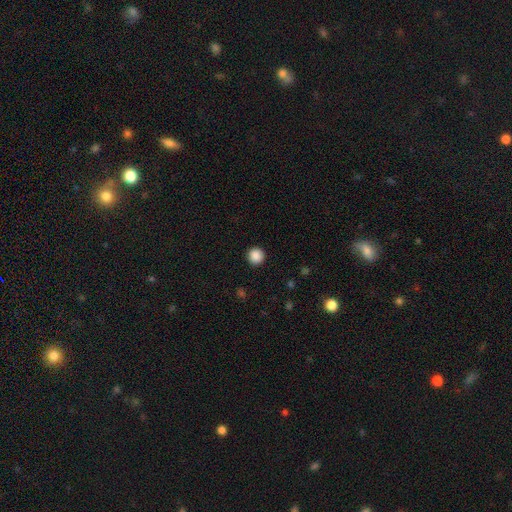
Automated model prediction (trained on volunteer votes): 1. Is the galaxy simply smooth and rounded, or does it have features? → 88% smooth, 9% star or artifact, 2% featured or disk.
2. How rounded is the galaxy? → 95% round, 4% in between, 1% cigar-shaped.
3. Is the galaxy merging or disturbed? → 92% none, 5% minor disturbance, 2% major disturbance, 1% merger.